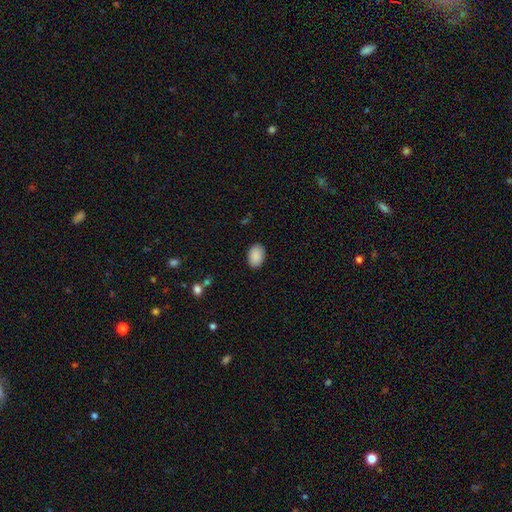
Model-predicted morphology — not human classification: Smooth or featured?
  - smooth: 90% *
  - star or artifact: 7%
  - featured or disk: 3%
How rounded?
  - in between: 87% *
  - round: 12%
  - cigar-shaped: 1%
Merging?
  - none: 89% *
  - minor disturbance: 8%
  - major disturbance: 2%
  - merger: 1%